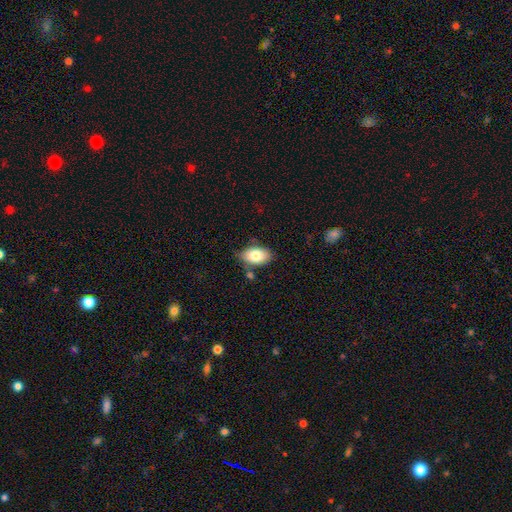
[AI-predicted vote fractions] smooth_or_featured: smooth (p=0.80) [alt: featured or disk p=0.12]
how_rounded: in between (p=0.91) [alt: round p=0.07]
merging: none (p=0.72) [alt: minor disturbance p=0.18]